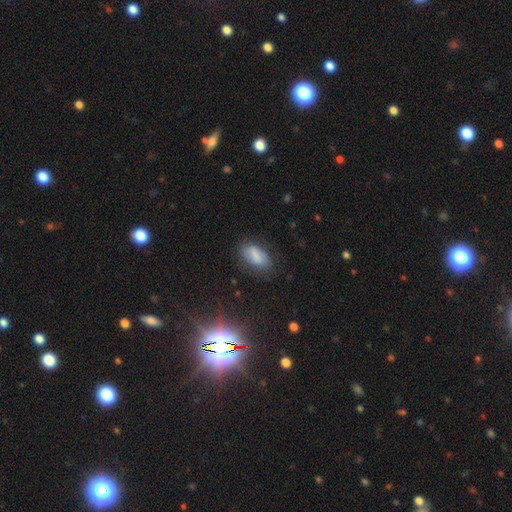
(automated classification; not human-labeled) Morphology: type=smooth (80%); roundness=in between (89%); merging=none (72%).